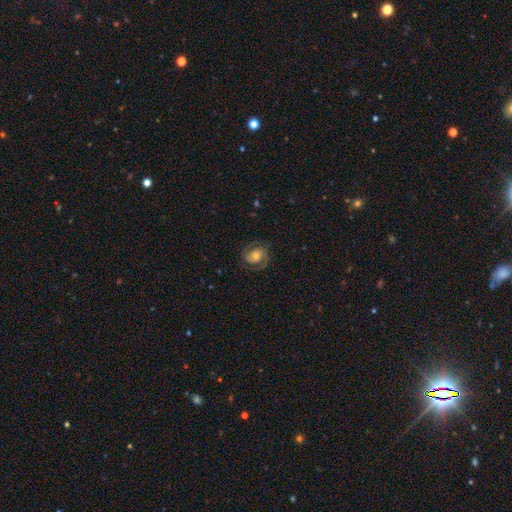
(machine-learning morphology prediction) A featured or disk galaxy (80%) with no bar (58%), 2 (88%) medium (47%) spiral arms (96%) and a moderate central bulge (57%).

Vote fractions:
- Smooth or featured? featured or disk: 80% / smooth: 12% / star or artifact: 7%
- Edge-on disk? no: 98% / yes: 2%
- Bar? no: 58% / weak: 32% / strong: 10%
- Spiral arms? yes: 96% / no: 4%
- Spiral winding? medium: 47% / tight: 43% / loose: 11%
- Spiral arm count? 2: 88% / can't tell: 4% / 3: 3% / 1: 2% / 4: 1% / more than 4: 1%
- Bulge size? moderate: 57% / small: 28% / large: 11% / none: 3% / dominant: 2%
- Merging? none: 80% / minor disturbance: 13% / major disturbance: 6% / merger: 1%